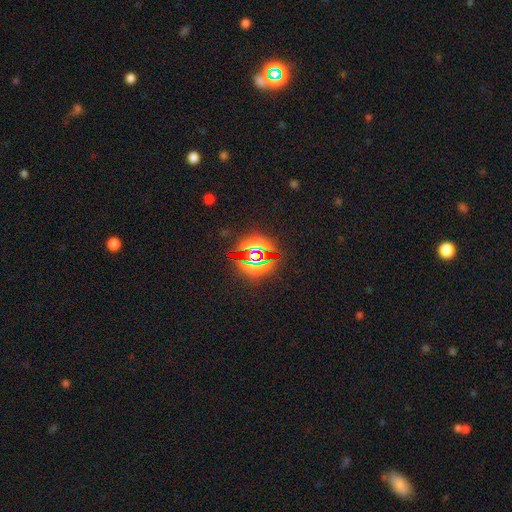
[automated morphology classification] A star or artifact, not a galaxy (77%).

Vote fractions:
- Smooth or featured? star or artifact: 77% / smooth: 13% / featured or disk: 10%